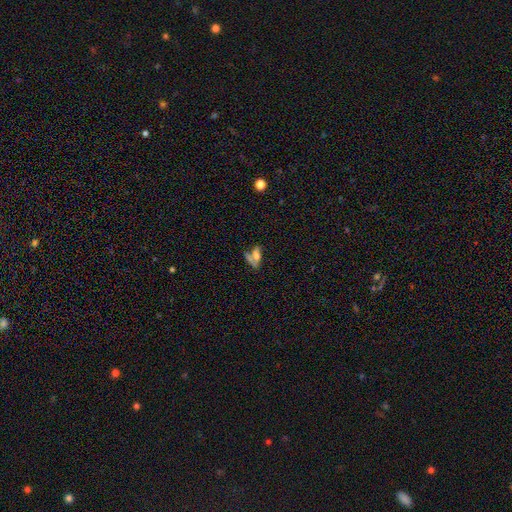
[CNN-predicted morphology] Smooth or featured?
  - smooth: 56% *
  - featured or disk: 29%
  - star or artifact: 15%
How rounded?
  - in between: 67% *
  - cigar-shaped: 24%
  - round: 9%
Merging?
  - merger: 41% *
  - none: 30%
  - major disturbance: 16%
  - minor disturbance: 13%